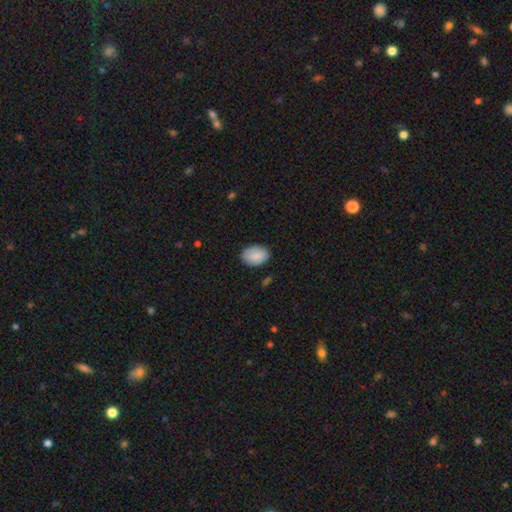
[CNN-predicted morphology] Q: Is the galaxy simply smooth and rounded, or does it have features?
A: smooth — 87%.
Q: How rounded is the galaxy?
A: in between — 87%.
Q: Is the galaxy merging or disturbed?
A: none — 84%.